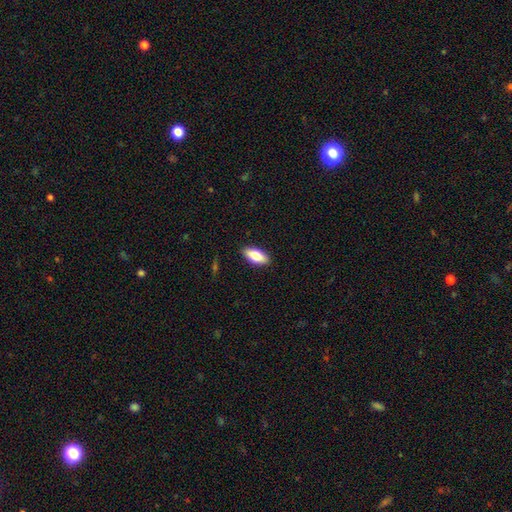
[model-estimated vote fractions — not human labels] Morphology: type=smooth (75%); roundness=in between (84%); merging=none (89%).